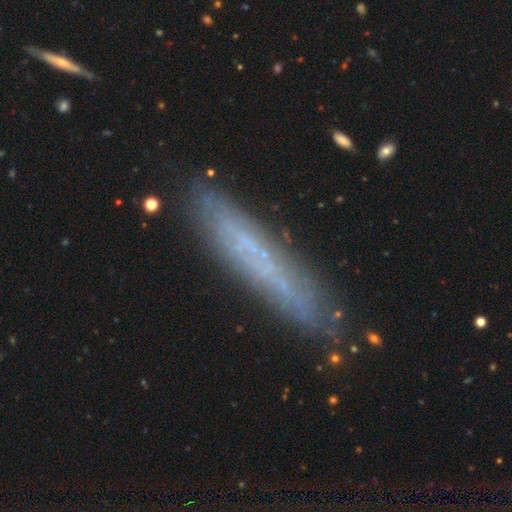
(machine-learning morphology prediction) Smooth or featured: smooth — 45% (featured or disk — 44%)
Merging: none — 77% (minor disturbance — 16%)